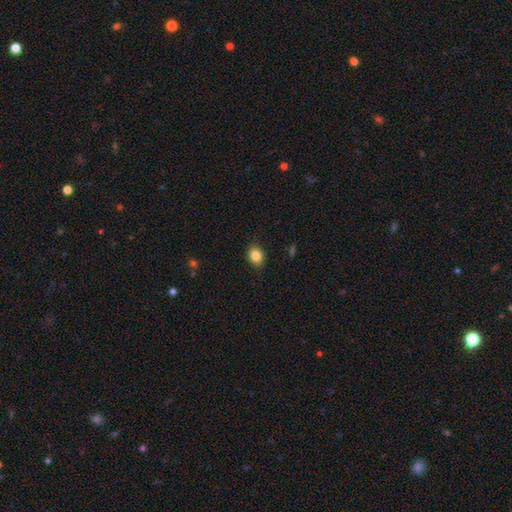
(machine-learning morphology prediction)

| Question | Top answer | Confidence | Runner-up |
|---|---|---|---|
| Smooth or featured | smooth | 85% | star or artifact (10%) |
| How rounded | in between | 55% | round (44%) |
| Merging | none | 88% | minor disturbance (9%) |